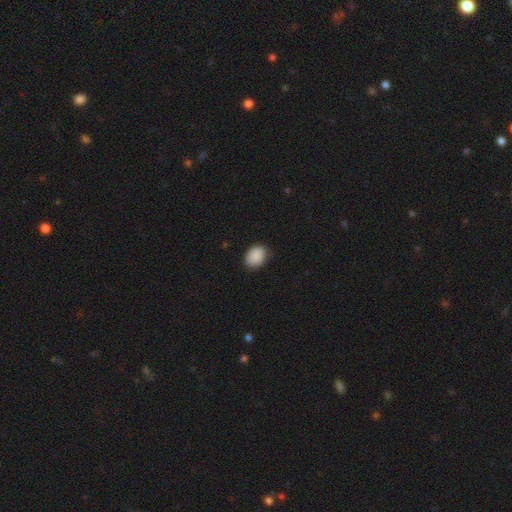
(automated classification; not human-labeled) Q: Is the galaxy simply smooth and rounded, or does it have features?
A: smooth — 89%.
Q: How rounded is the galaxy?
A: in between — 69%.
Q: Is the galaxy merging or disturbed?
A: none — 81%.